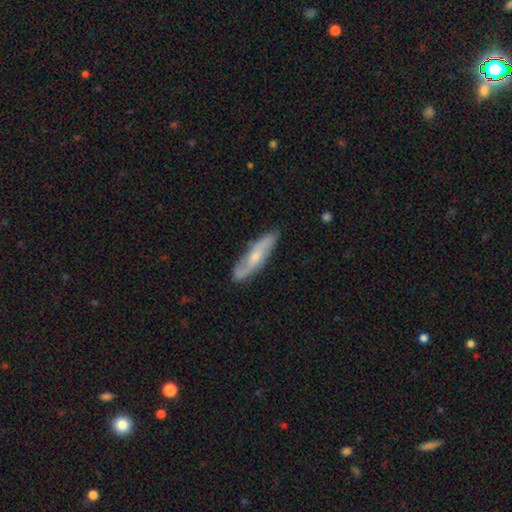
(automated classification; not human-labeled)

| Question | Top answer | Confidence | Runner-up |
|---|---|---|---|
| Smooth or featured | featured or disk | 63% | smooth (31%) |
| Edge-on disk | no | 70% | yes (30%) |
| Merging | none | 81% | minor disturbance (15%) |